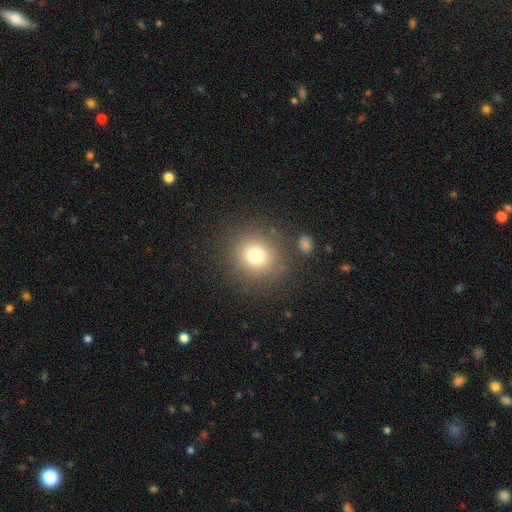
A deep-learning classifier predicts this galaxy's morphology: type=smooth (75%); roundness=round (89%); merging=none (85%).